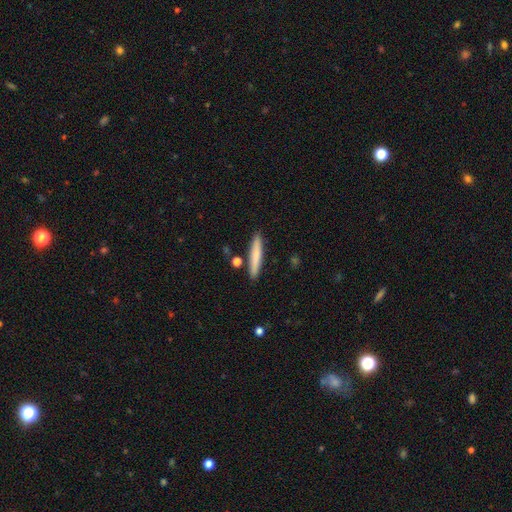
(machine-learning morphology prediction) Smooth or featured? smooth (76%)
How rounded? cigar-shaped (93%)
Merging? none (87%)